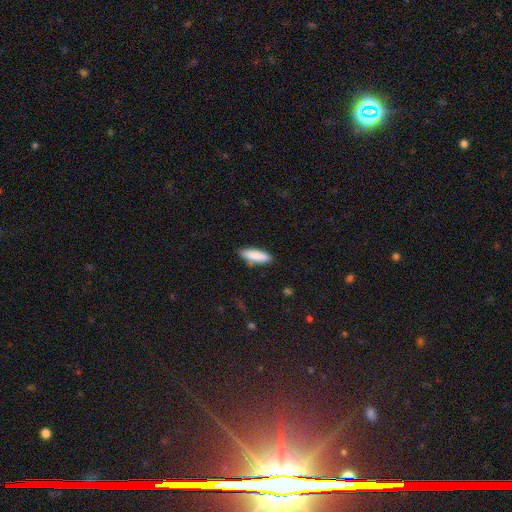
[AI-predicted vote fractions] A smooth galaxy with no disk features (87%) that is in between round and cigar-shaped (56%).

Vote fractions:
- Smooth or featured? smooth: 87% / featured or disk: 7% / star or artifact: 6%
- How rounded? in between: 56% / cigar-shaped: 42% / round: 2%
- Merging? none: 82% / minor disturbance: 13% / major disturbance: 2% / merger: 2%